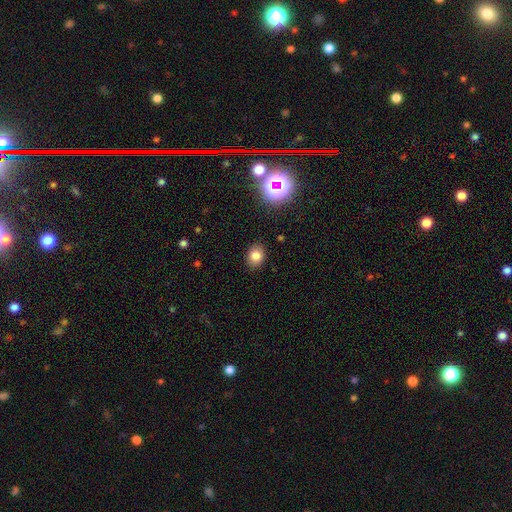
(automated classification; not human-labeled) A smooth galaxy with no disk features (78%) that is in between round and cigar-shaped (52%). Merging: none (88%).